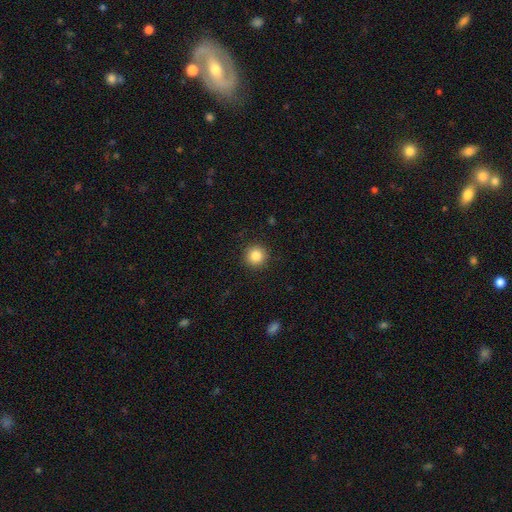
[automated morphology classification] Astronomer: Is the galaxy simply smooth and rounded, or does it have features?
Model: smooth — 85%.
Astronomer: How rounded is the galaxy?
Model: round — 94%.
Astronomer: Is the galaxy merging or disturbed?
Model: none — 92%.